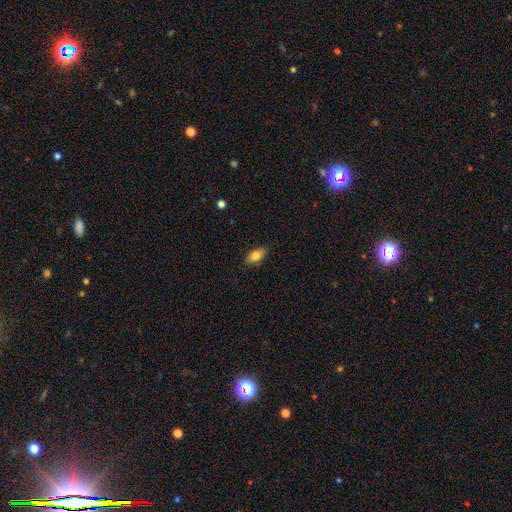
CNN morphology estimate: The model was most divided on "smooth or featured": smooth: 78%, featured or disk: 14%, star or artifact: 7%. More confident: how rounded — in between (87%); merging — none (86%).